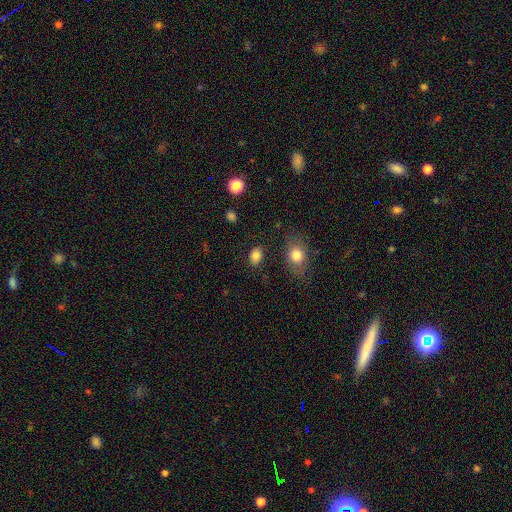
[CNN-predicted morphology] type=smooth (83%); roundness=in between (67%); merging=none (83%).